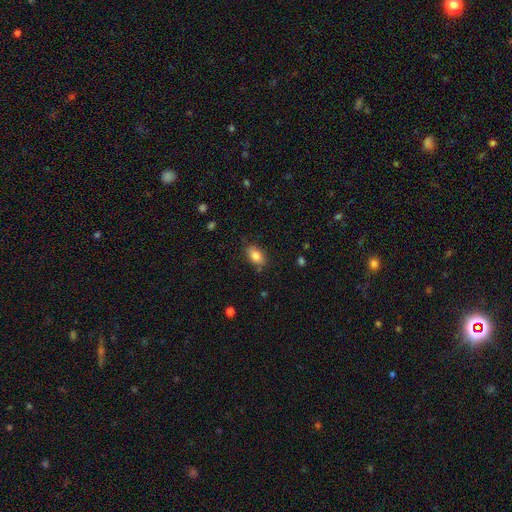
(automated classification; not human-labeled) Smooth or featured?
  - smooth: 83% *
  - featured or disk: 9%
  - star or artifact: 8%
How rounded?
  - in between: 87% *
  - round: 10%
  - cigar-shaped: 3%
Merging?
  - none: 81% *
  - minor disturbance: 14%
  - major disturbance: 3%
  - merger: 2%